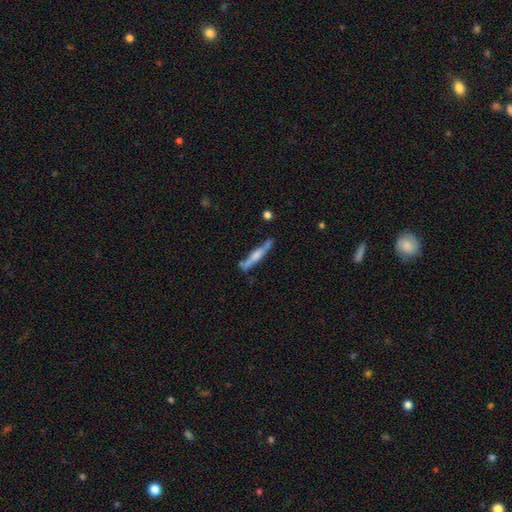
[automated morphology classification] The model was most divided on "smooth or featured": featured or disk: 58%, smooth: 36%, star or artifact: 6%. More confident: edge-on disk — yes (93%); merging — none (70%); edge-on bulge — rounded (56%).